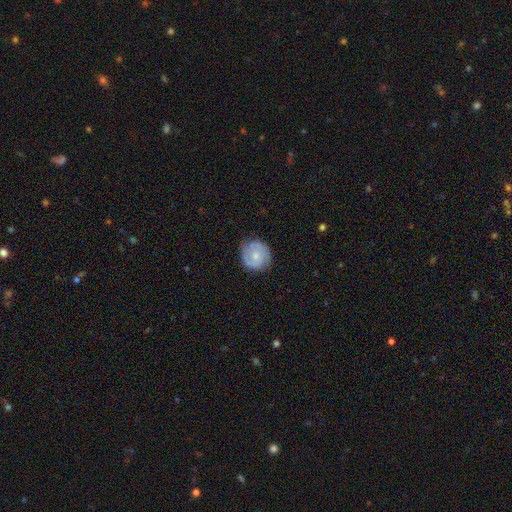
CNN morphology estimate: Q: Smooth or featured?
A: featured or disk (66%); runner-up: smooth (28%)
Q: Edge-on disk?
A: no (98%); runner-up: yes (2%)
Q: Bar?
A: no (69%); runner-up: weak (27%)
Q: Spiral arms?
A: yes (89%); runner-up: no (11%)
Q: Spiral winding?
A: tight (54%); runner-up: medium (35%)
Q: Spiral arm count?
A: 2 (68%); runner-up: can't tell (16%)
Q: Bulge size?
A: small (50%); runner-up: moderate (44%)
Q: Merging?
A: none (76%); runner-up: minor disturbance (18%)